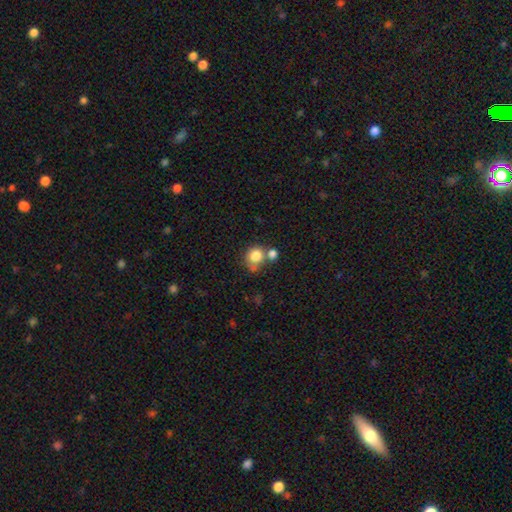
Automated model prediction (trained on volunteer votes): Smooth or featured? Predicted: smooth (p=0.81). How rounded? Predicted: round (p=0.82). Merging? Predicted: none (p=0.48).